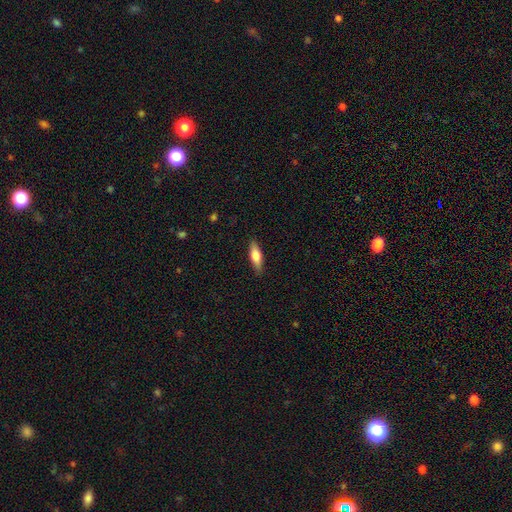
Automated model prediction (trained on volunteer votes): Smooth or featured?
  - smooth: 69% *
  - featured or disk: 25%
  - star or artifact: 6%
How rounded?
  - cigar-shaped: 52% *
  - in between: 46%
  - round: 2%
Merging?
  - none: 87% *
  - minor disturbance: 10%
  - major disturbance: 2%
  - merger: 1%